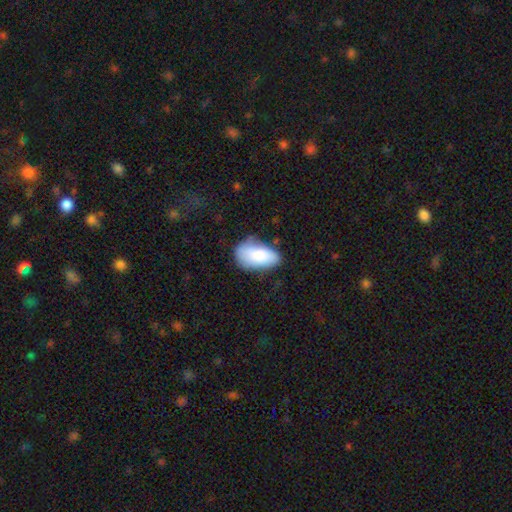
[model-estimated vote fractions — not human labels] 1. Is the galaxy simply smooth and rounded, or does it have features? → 84% smooth, 10% featured or disk, 6% star or artifact.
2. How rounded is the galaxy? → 94% in between, 3% round, 2% cigar-shaped.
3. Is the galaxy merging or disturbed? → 55% none, 31% minor disturbance, 9% major disturbance, 4% merger.